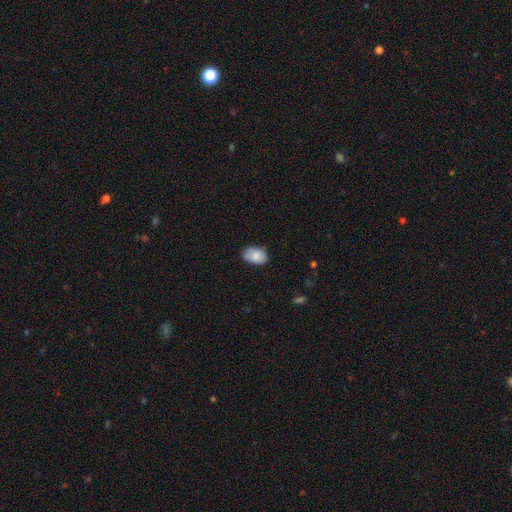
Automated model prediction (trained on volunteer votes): smooth 83%, featured or disk 10%, star or artifact 7%. Down the decision tree: how rounded — in between (88%); merging — none (72%).